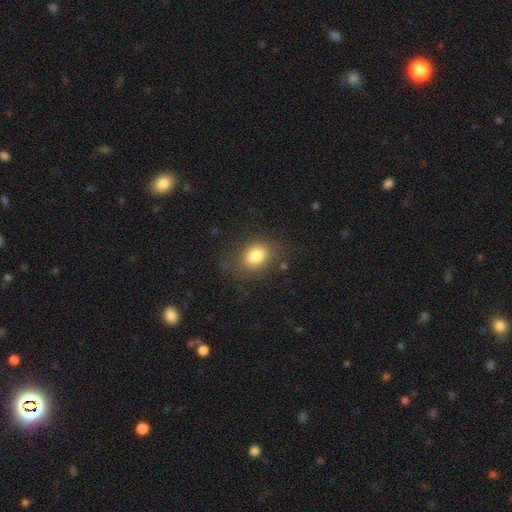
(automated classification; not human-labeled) smooth-or-featured: smooth: 81% | star or artifact: 10% | featured or disk: 8%
  how-rounded: in between: 55% | round: 44% | cigar-shaped: 1%
  merging: none: 75% | minor disturbance: 16% | major disturbance: 7% | merger: 2%